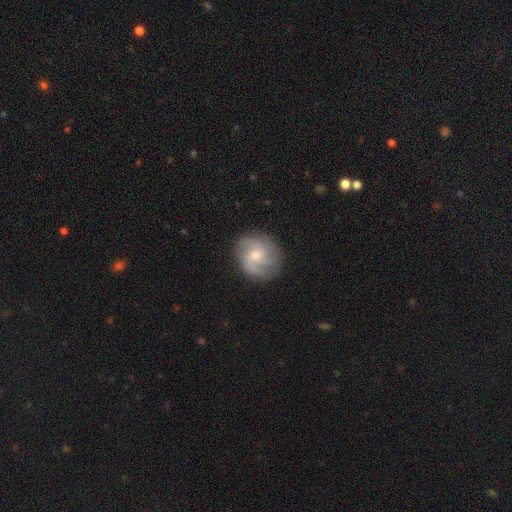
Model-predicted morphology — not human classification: The model was most divided on "spiral arm count": 3: 32%, 2: 30%, can't tell: 20%, 1: 7%, 4: 7%, more than 4: 5%. Remaining: edge-on disk — no (98%); spiral arms — yes (94%); merging — none (78%); smooth or featured — featured or disk (71%); bar — no (61%); bulge size — moderate (50%); spiral winding — medium (45%).